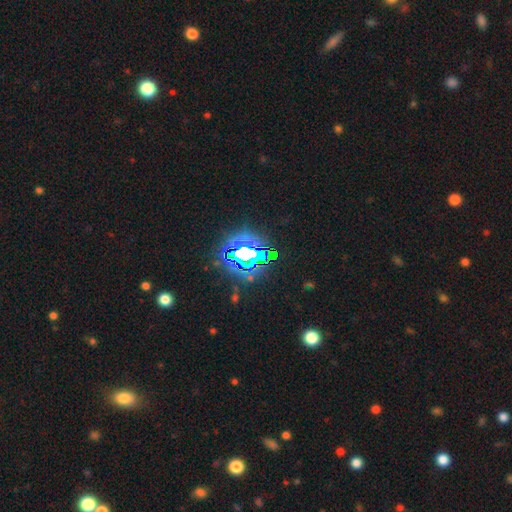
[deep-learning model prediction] smooth_or_featured: star or artifact (p=0.78) [alt: smooth p=0.12]